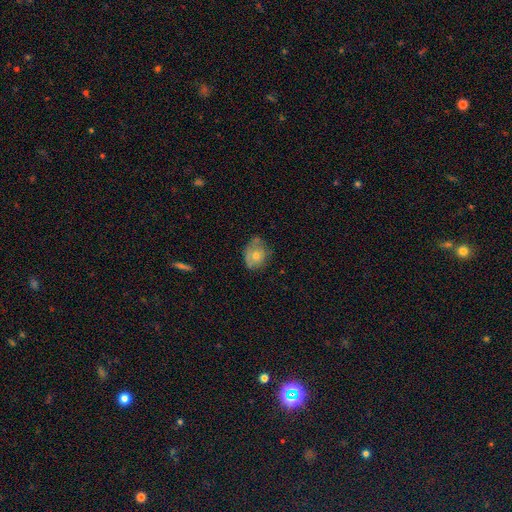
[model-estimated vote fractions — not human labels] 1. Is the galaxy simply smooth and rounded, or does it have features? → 59% smooth, 32% featured or disk, 10% star or artifact.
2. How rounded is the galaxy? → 51% in between, 48% round, 1% cigar-shaped.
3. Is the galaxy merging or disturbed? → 51% none, 34% minor disturbance, 11% major disturbance, 4% merger.